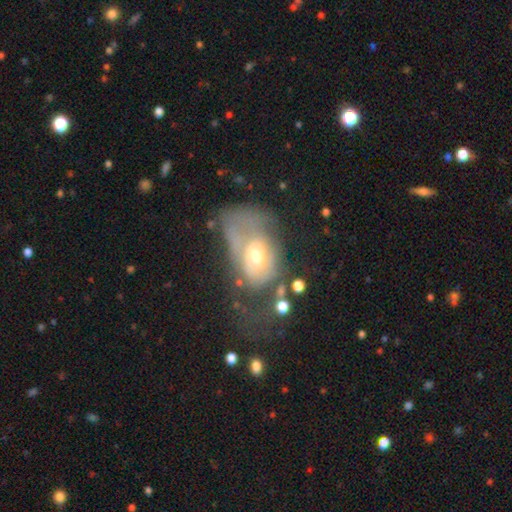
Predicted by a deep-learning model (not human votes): smooth-or-featured: featured or disk: 50% | smooth: 40% | star or artifact: 10%
  merging: major disturbance: 51% | none: 20% | minor disturbance: 20% | merger: 8%